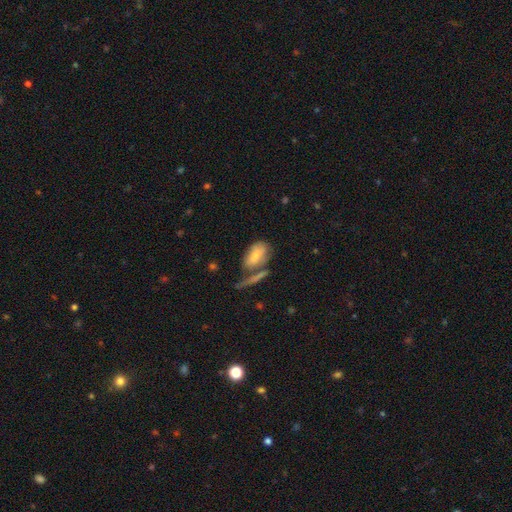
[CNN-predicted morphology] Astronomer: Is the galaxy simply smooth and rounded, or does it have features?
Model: smooth — 70%.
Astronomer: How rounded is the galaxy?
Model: in between — 88%.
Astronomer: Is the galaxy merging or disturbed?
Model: none — 38% (runner-up: merger, 29%).